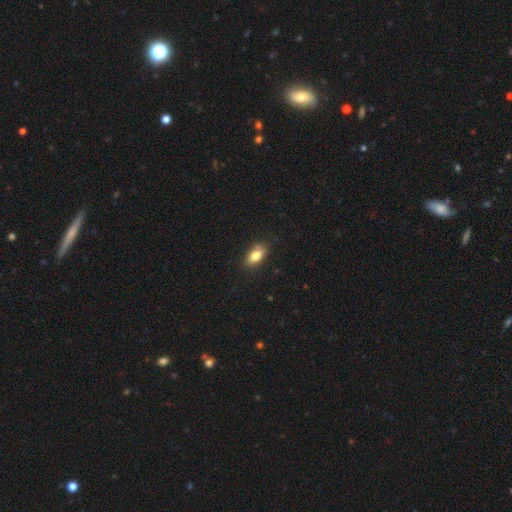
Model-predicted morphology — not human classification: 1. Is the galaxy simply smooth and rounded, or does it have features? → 79% smooth, 13% featured or disk, 8% star or artifact.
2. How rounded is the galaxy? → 88% in between, 6% cigar-shaped, 6% round.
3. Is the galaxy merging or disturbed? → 82% none, 14% minor disturbance, 3% major disturbance, 2% merger.